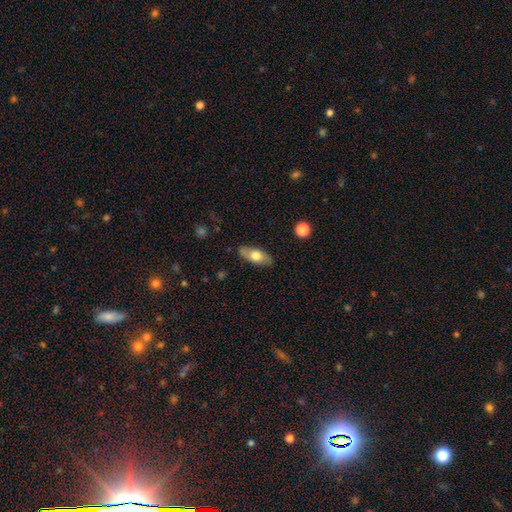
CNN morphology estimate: Smooth or featured? smooth (61%)
How rounded? in between (79%)
Merging? none (85%)